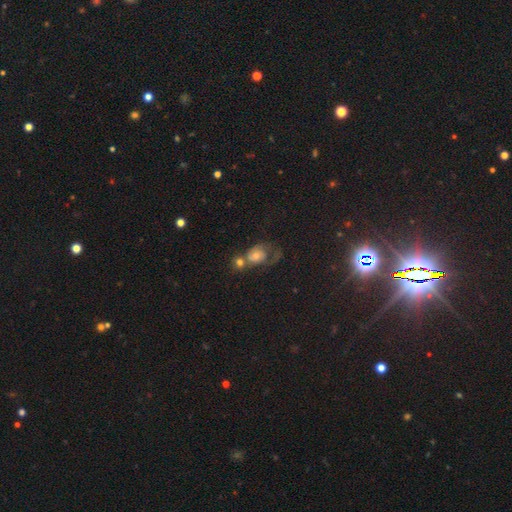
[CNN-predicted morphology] A smooth galaxy with no disk features (44%). Merging: merger (37%).